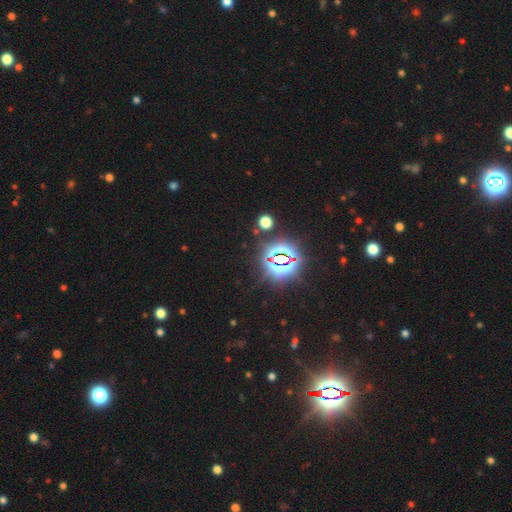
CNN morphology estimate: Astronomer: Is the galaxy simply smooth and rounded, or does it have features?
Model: star or artifact — 85%.